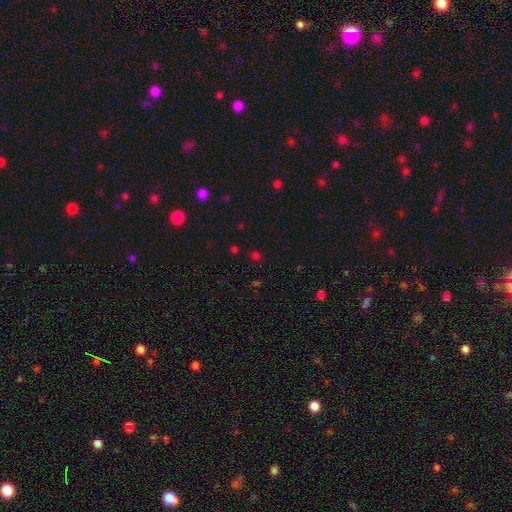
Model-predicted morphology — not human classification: smooth-or-featured: smooth: 53% | star or artifact: 41% | featured or disk: 5%
  how-rounded: round: 80% | in between: 19% | cigar-shaped: 1%
  merging: none: 81% | minor disturbance: 10% | merger: 5% | major disturbance: 4%